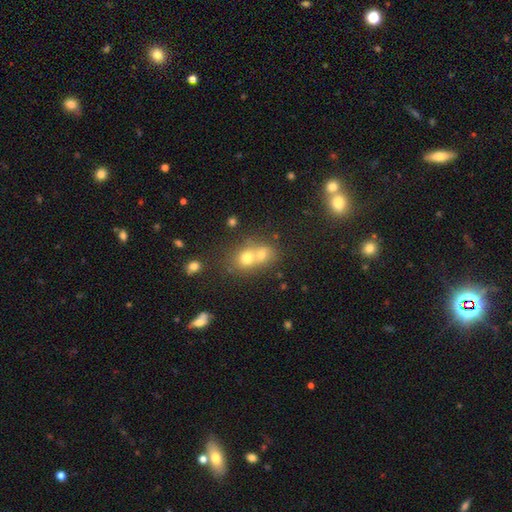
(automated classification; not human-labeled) A smooth galaxy with no disk features (62%) that is round (68%). Merging: merger (61%).